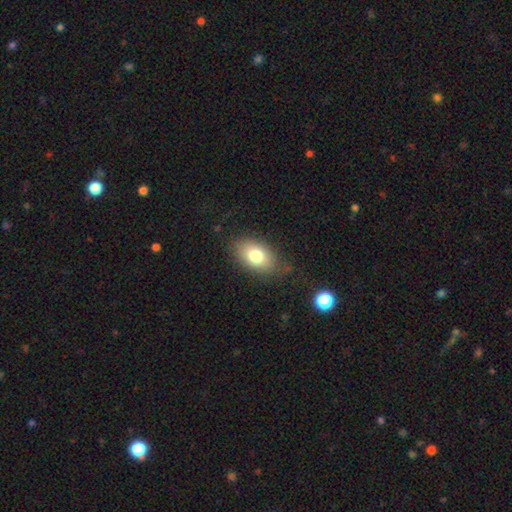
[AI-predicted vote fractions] Overall: smooth (78%). How rounded: in between (87%). Merging: none (79%).